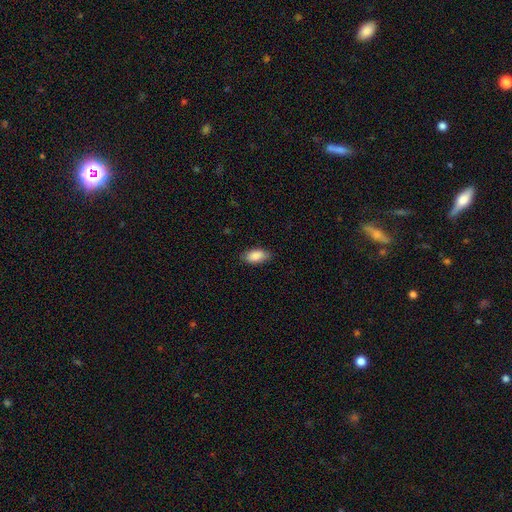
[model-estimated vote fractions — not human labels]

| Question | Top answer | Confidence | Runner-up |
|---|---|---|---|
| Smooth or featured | smooth | 88% | star or artifact (6%) |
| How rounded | in between | 92% | cigar-shaped (5%) |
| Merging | none | 84% | minor disturbance (12%) |